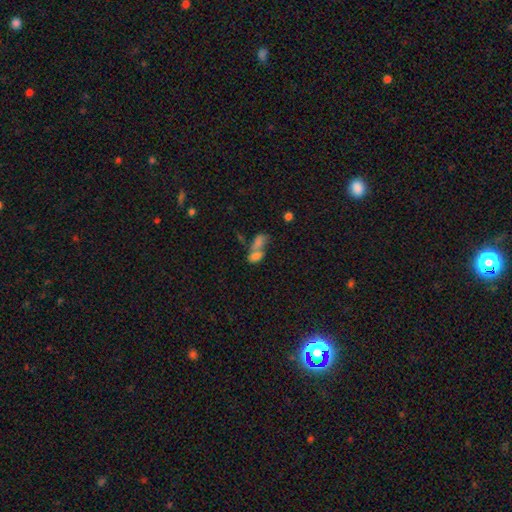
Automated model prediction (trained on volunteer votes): Smooth or featured? Predicted: smooth (p=0.75). How rounded? Predicted: in between (p=0.87). Merging? Predicted: merger (p=0.69).